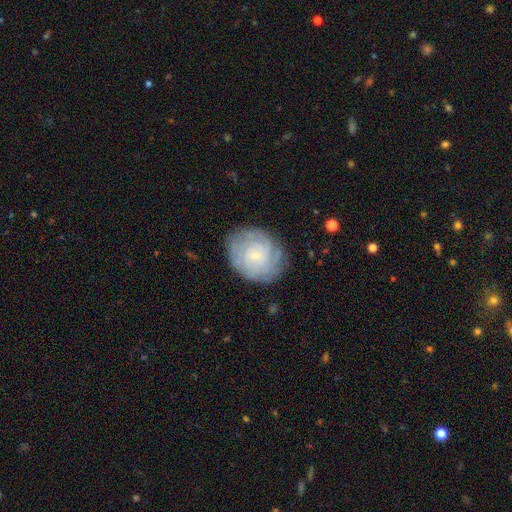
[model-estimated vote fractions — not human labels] smooth-or-featured: featured or disk: 66% | smooth: 26% | star or artifact: 8%
  disk-edge-on: no: 97% | yes: 3%
    bar: no: 77% | weak: 20% | strong: 3%
    has-spiral-arms: yes: 89% | no: 11%
      spiral-winding: tight: 73% | medium: 21% | loose: 6%
      spiral-arm-count: can't tell: 49% | 4: 13% | 3: 13% | 2: 11% | more than 4: 7% | 1: 6%
    bulge-size: small: 82% | moderate: 12% | none: 4% | large: 1% | dominant: 1%
  merging: none: 77% | minor disturbance: 16% | major disturbance: 6% | merger: 1%